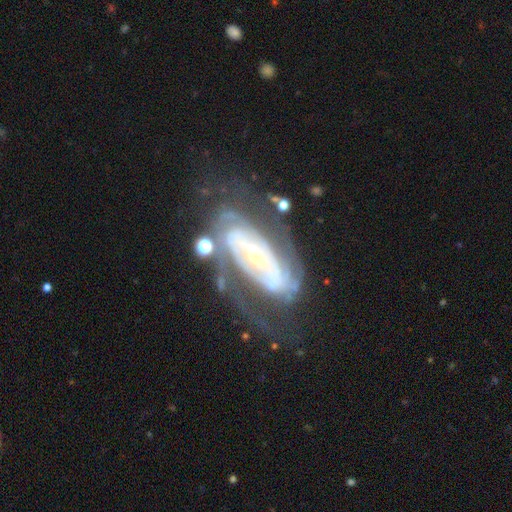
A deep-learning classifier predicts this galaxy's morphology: smooth_or_featured: featured or disk (p=0.87) [alt: smooth p=0.08]
disk_edge_on: no (p=0.93) [alt: yes p=0.07]
bar: no (p=0.46) [alt: strong p=0.27]
has_spiral_arms: yes (p=0.91) [alt: no p=0.09]
spiral_winding: tight (p=0.65) [alt: medium p=0.27]
spiral_arm_count: 2 (p=0.48) [alt: can't tell p=0.30]
bulge_size: small (p=0.62) [alt: moderate p=0.33]
merging: none (p=0.62) [alt: minor disturbance p=0.19]